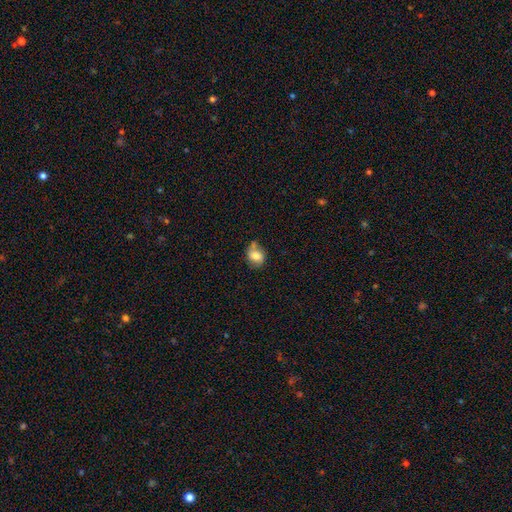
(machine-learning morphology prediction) Smooth or featured? smooth (71%)
How rounded? round (52%)
Merging? none (51%)